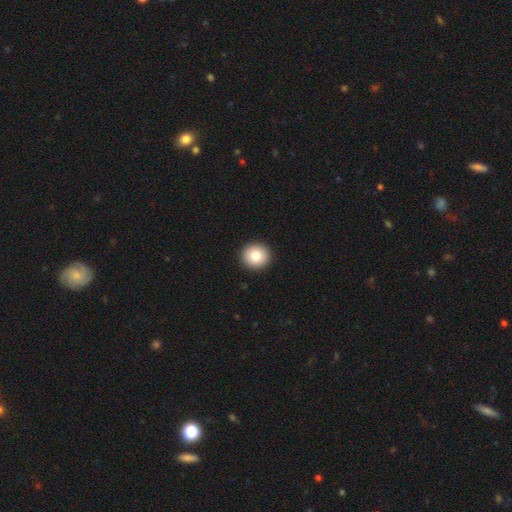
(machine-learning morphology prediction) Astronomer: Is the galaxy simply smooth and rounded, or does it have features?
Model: smooth — 81%.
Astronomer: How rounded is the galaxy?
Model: round — 93%.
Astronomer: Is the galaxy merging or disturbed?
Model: none — 93%.